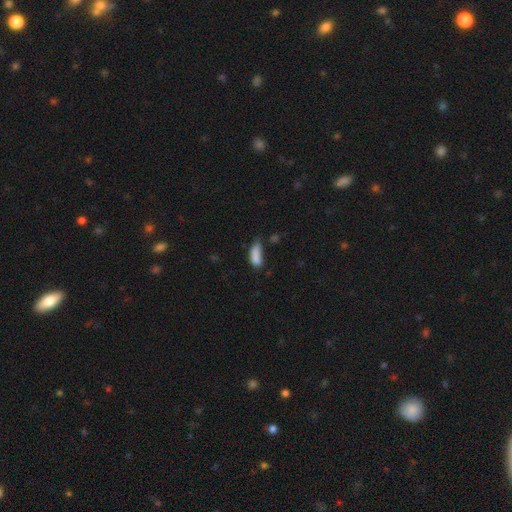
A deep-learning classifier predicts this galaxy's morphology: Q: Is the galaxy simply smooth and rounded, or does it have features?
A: smooth — 83%.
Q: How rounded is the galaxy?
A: in between — 76%.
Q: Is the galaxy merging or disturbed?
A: none — 36%, tied with minor disturbance.